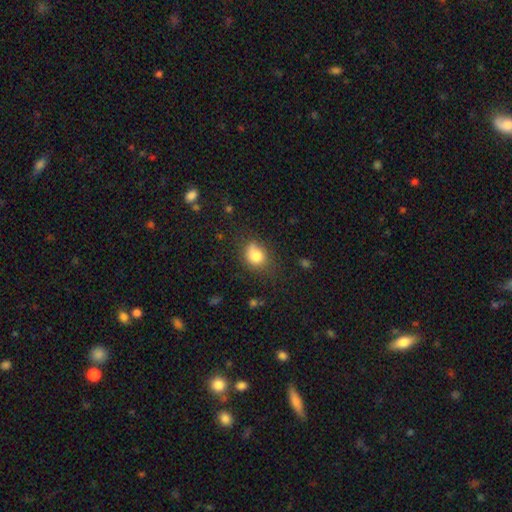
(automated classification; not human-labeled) Q: Smooth or featured?
A: smooth (81%); runner-up: star or artifact (10%)
Q: How rounded?
A: round (50%); runner-up: in between (49%)
Q: Merging?
A: none (59%); runner-up: minor disturbance (28%)